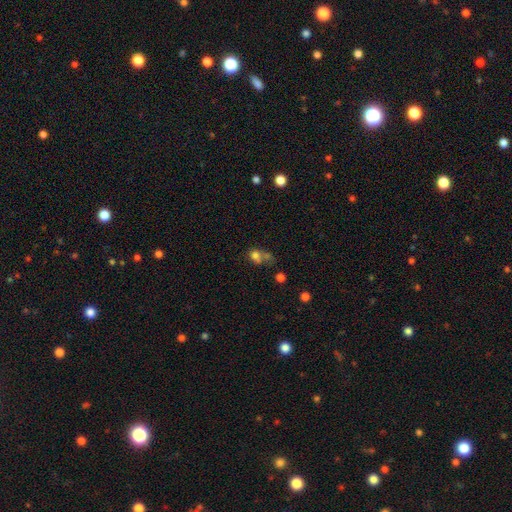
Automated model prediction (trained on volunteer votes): smooth-or-featured: smooth: 70% | featured or disk: 15% | star or artifact: 15%
  how-rounded: round: 57% | in between: 41% | cigar-shaped: 2%
  merging: merger: 44% | none: 27% | major disturbance: 15% | minor disturbance: 14%